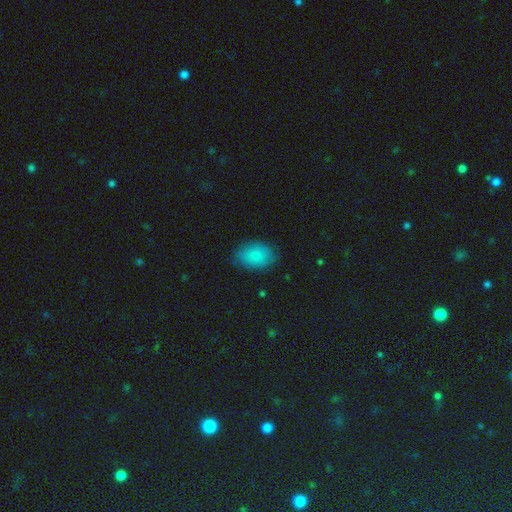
Smooth or featured? smooth (85%)
How rounded? in between (94%)
Merging? none (81%)